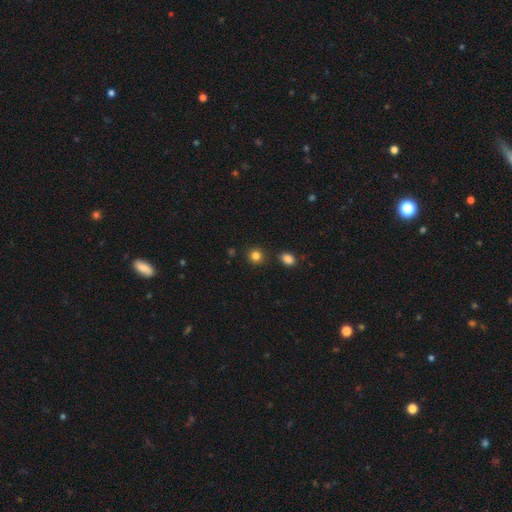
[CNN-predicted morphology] smooth 82%, star or artifact 13%, featured or disk 5%. Down the decision tree: how rounded — round (88%); merging — none (86%).